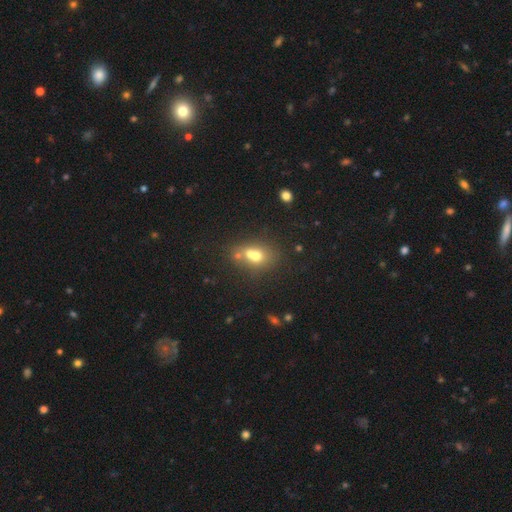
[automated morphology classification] smooth_or_featured: smooth (p=0.63) [alt: featured or disk p=0.23]
how_rounded: round (p=0.52) [alt: in between p=0.46]
merging: merger (p=0.57) [alt: none p=0.30]